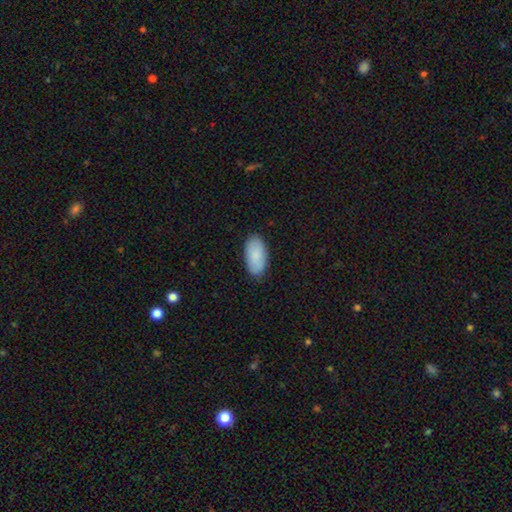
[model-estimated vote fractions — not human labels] Smooth or featured? smooth (87%)
How rounded? in between (95%)
Merging? none (85%)